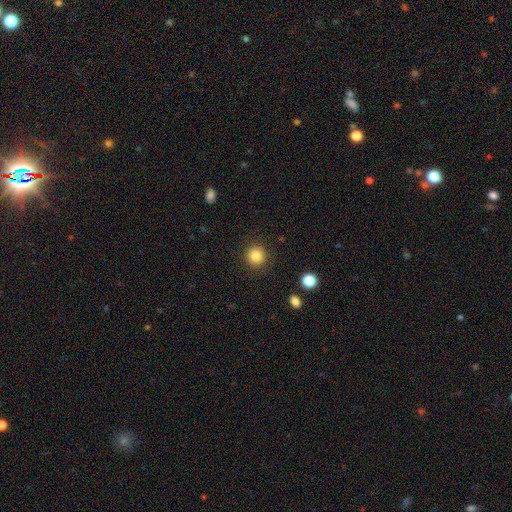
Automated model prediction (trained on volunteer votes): Smooth or featured? Predicted: smooth (p=0.84). How rounded? Predicted: round (p=0.93). Merging? Predicted: none (p=0.91).